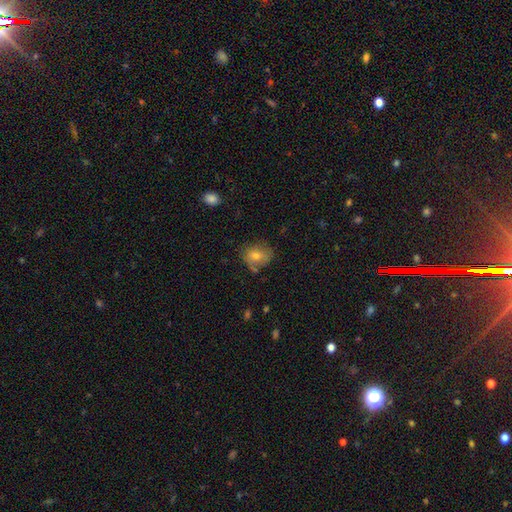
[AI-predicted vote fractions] smooth-or-featured: smooth: 62% | featured or disk: 25% | star or artifact: 13%
  how-rounded: round: 59% | in between: 40% | cigar-shaped: 1%
  merging: none: 63% | minor disturbance: 25% | major disturbance: 9% | merger: 3%